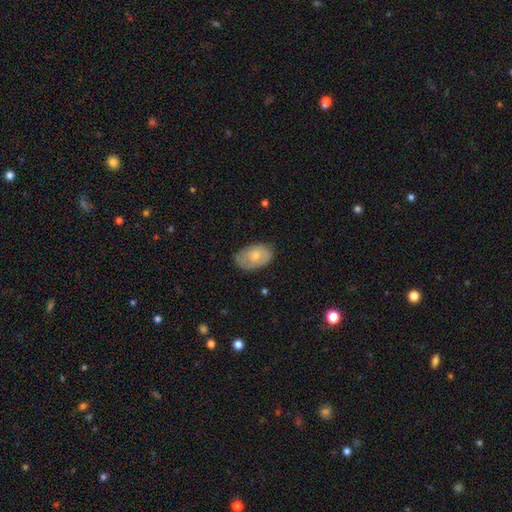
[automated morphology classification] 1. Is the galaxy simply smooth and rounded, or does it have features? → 71% smooth, 23% featured or disk, 6% star or artifact.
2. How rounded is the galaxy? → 90% in between, 9% round, 1% cigar-shaped.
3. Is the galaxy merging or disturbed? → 65% none, 27% minor disturbance, 7% major disturbance, 1% merger.